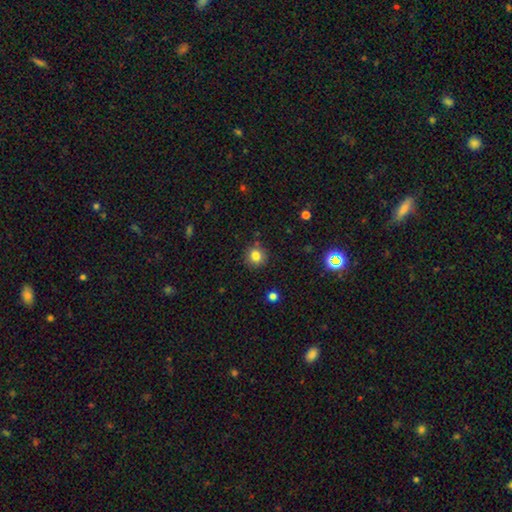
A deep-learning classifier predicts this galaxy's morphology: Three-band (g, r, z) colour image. It shows a smooth galaxy with no disk features (82%) that is round (92%). Merging: none (87%).